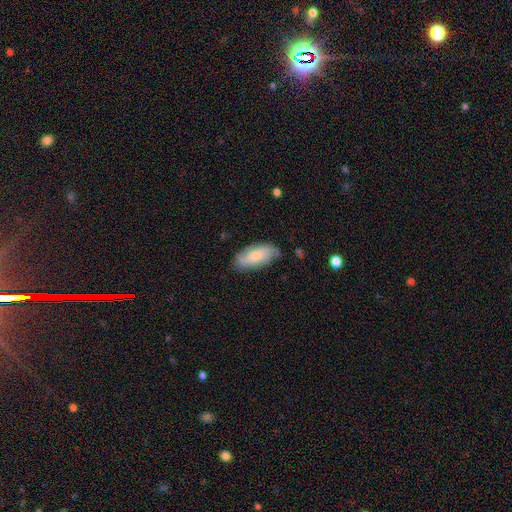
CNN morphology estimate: A smooth galaxy with no disk features (49%).

Vote fractions:
- Smooth or featured? smooth: 49% / featured or disk: 44% / star or artifact: 7%
- Merging? none: 72% / minor disturbance: 21% / major disturbance: 5% / merger: 2%